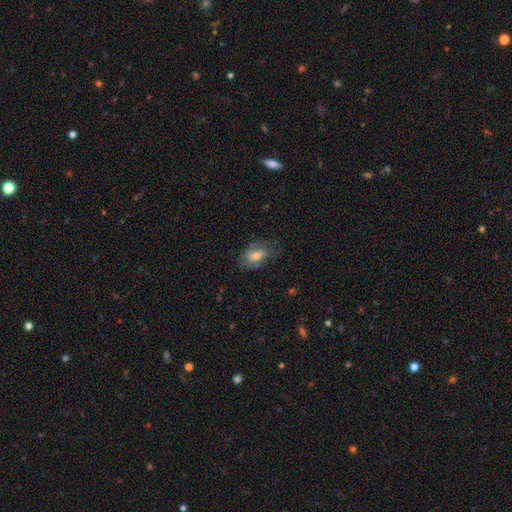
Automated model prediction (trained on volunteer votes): Morphology: type=smooth (45%, tied with featured or disk); merging=none (60%).